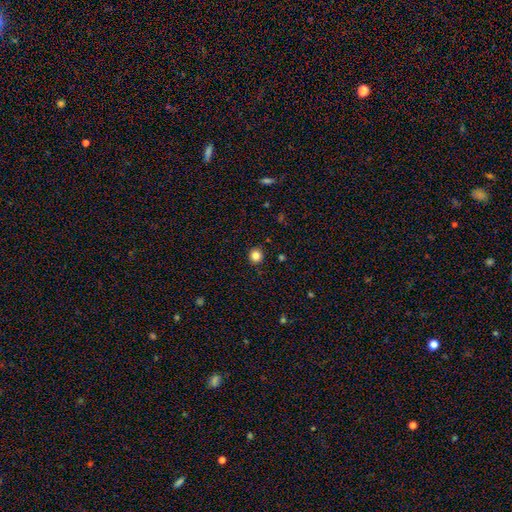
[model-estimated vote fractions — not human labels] A smooth galaxy with no disk features (83%) that is round (93%).

Vote fractions:
- Smooth or featured? smooth: 83% / star or artifact: 12% / featured or disk: 5%
- How rounded? round: 93% / in between: 6% / cigar-shaped: 1%
- Merging? none: 92% / minor disturbance: 5% / major disturbance: 2% / merger: 1%